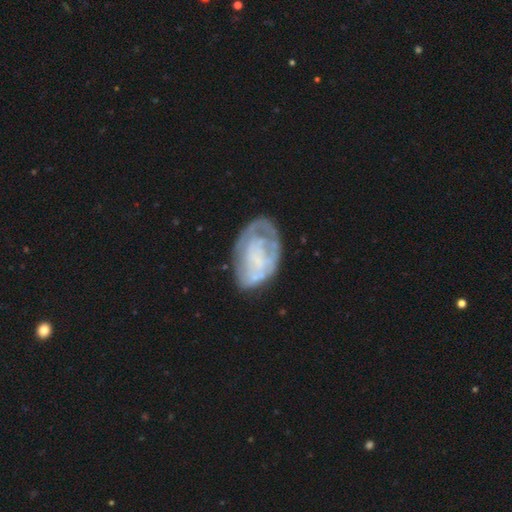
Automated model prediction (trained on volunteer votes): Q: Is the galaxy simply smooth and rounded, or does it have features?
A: featured or disk — 62%.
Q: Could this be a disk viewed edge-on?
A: no — 96%.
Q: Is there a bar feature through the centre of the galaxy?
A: no — 72%.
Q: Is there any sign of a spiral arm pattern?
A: yes — 58%.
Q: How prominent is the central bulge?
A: none — 53%.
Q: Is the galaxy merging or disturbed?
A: none — 57%.